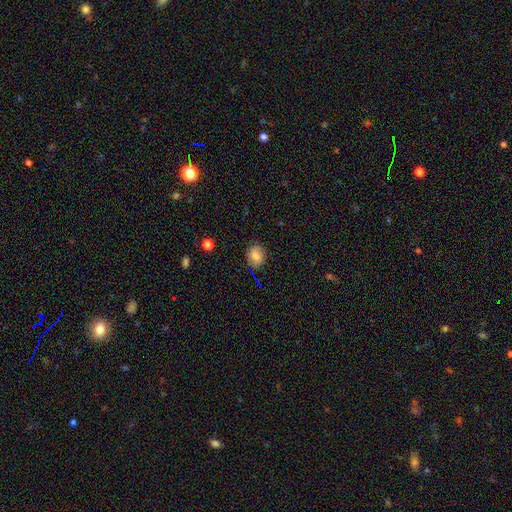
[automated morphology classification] Smooth or featured? smooth (77%)
How rounded? round (57%)
Merging? none (76%)